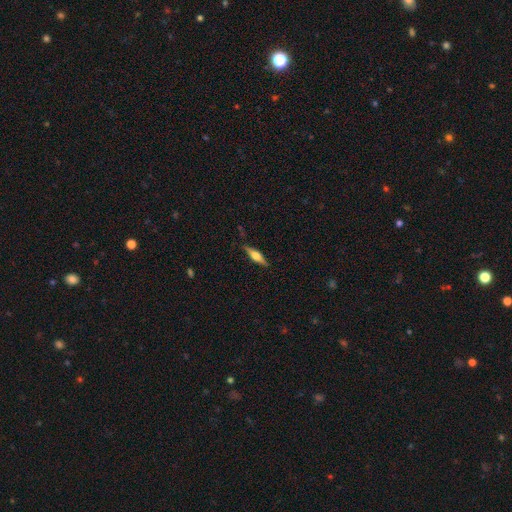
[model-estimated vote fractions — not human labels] smooth_or_featured: featured or disk (p=0.63) [alt: smooth p=0.30]
disk_edge_on: yes (p=0.96) [alt: no p=0.04]
edge_on_bulge: rounded (p=0.87) [alt: boxy p=0.11]
merging: none (p=0.86) [alt: minor disturbance p=0.11]